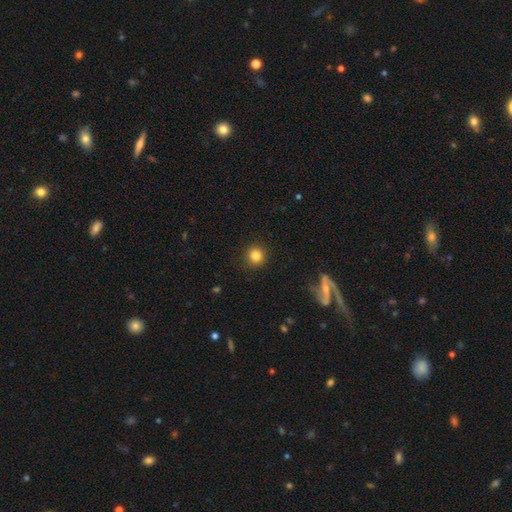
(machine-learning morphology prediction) Smooth or featured: smooth — 82% (star or artifact — 12%)
How rounded: round — 93% (in between — 6%)
Merging: none — 91% (minor disturbance — 6%)